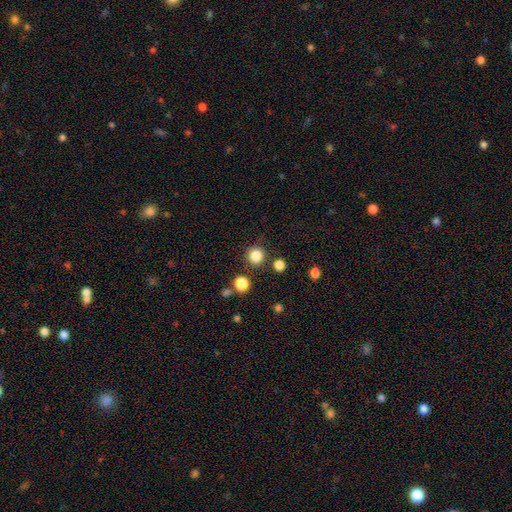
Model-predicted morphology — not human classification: Smooth or featured: smooth — 84% (star or artifact — 12%)
How rounded: round — 94% (in between — 6%)
Merging: none — 86% (minor disturbance — 7%)